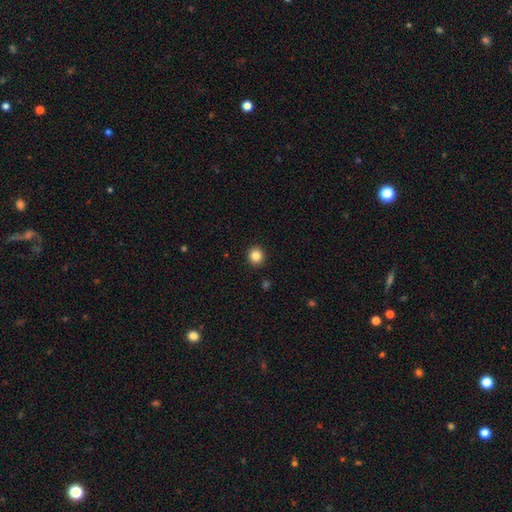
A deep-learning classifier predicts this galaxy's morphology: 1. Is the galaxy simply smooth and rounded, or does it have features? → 85% smooth, 11% star or artifact, 5% featured or disk.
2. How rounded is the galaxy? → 92% round, 7% in between, 1% cigar-shaped.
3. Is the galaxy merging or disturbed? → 93% none, 5% minor disturbance, 2% major disturbance, 1% merger.